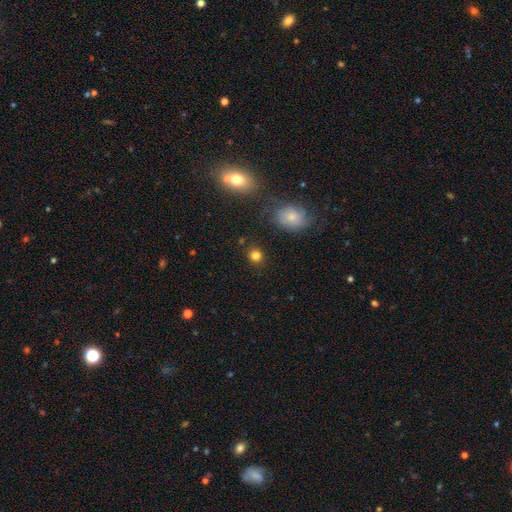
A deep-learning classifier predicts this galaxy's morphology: Smooth or featured?
  - smooth: 81% *
  - star or artifact: 14%
  - featured or disk: 5%
How rounded?
  - round: 86% *
  - in between: 13%
  - cigar-shaped: 1%
Merging?
  - none: 87% *
  - minor disturbance: 8%
  - merger: 3%
  - major disturbance: 3%